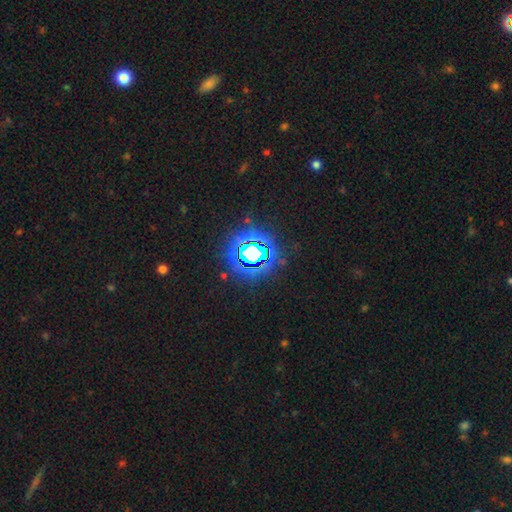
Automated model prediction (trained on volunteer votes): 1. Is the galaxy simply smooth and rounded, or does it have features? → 75% star or artifact, 15% smooth, 11% featured or disk.